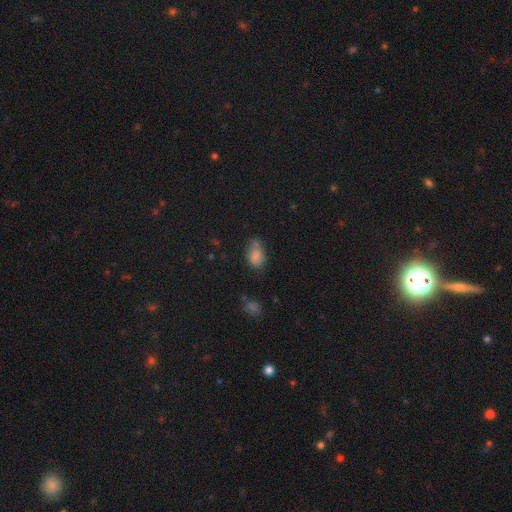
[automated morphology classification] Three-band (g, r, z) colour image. It shows a smooth galaxy with no disk features (81%) that is in between round and cigar-shaped (83%). Merging: none (54%).